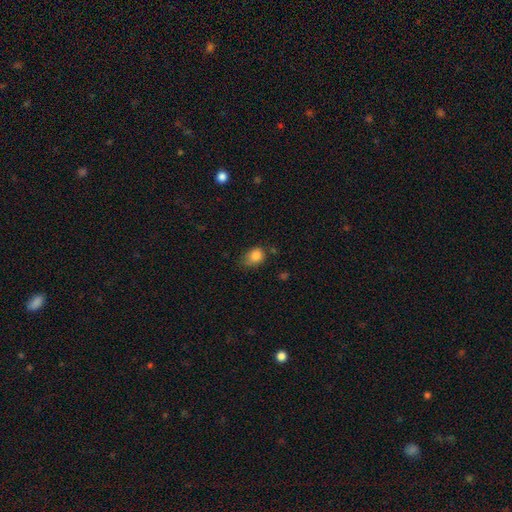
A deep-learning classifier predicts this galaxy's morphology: Smooth or featured? Predicted: smooth (p=0.84). How rounded? Predicted: in between (p=0.50). Merging? Predicted: none (p=0.50).